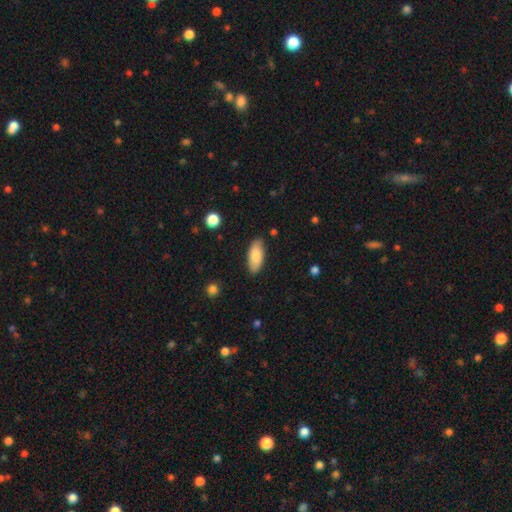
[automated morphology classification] This appears to be a smooth galaxy with no disk features (82%) that is in between round and cigar-shaped (85%). Merging: none (85%).